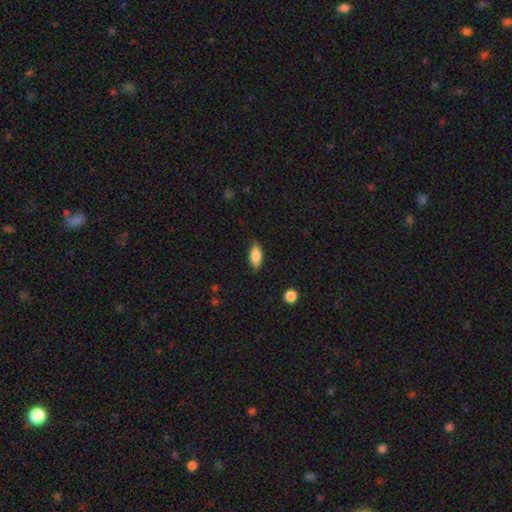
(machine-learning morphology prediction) type=smooth (80%); roundness=in between (81%); merging=none (84%).